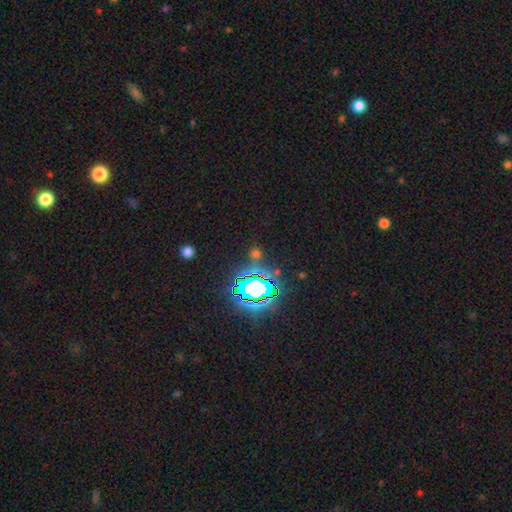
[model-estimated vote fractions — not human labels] smooth_or_featured: star or artifact (p=0.68) [alt: smooth p=0.23]